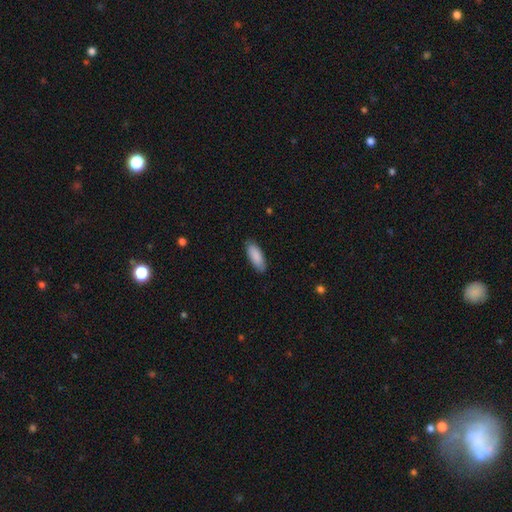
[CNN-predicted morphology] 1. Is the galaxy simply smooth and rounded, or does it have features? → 89% smooth, 5% featured or disk, 5% star or artifact.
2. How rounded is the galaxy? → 75% in between, 24% cigar-shaped, 1% round.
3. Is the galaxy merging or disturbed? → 87% none, 10% minor disturbance, 2% major disturbance, 1% merger.